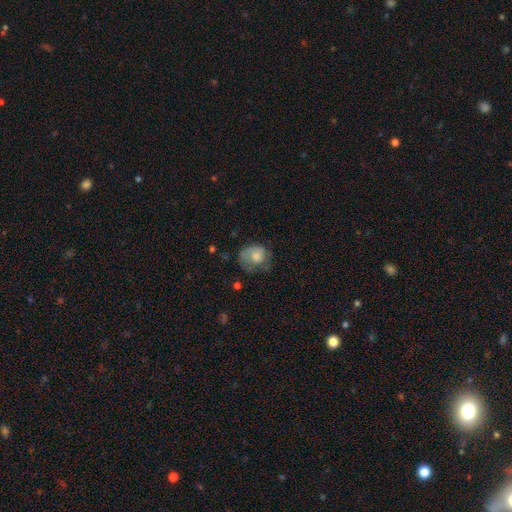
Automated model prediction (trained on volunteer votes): Smooth or featured: smooth — 64% (featured or disk — 28%)
How rounded: round — 68% (in between — 31%)
Merging: none — 41% (minor disturbance — 29%)